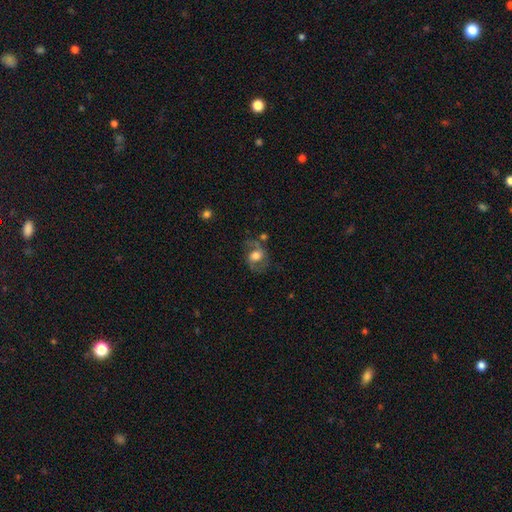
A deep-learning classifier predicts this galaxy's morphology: Overall: smooth (46%; featured or disk 45%). Merging: none (56%; minor disturbance 22%).